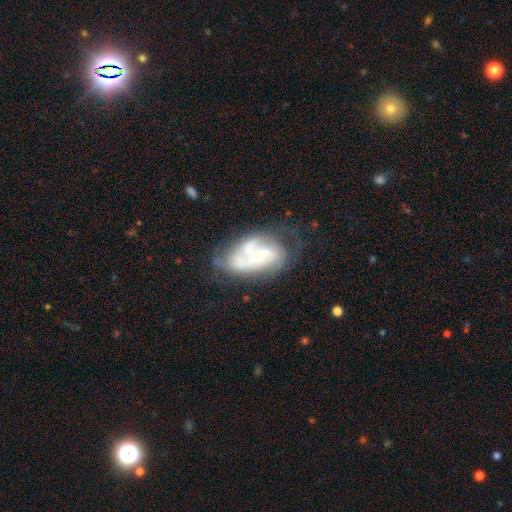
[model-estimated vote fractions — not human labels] The model was most divided on "spiral winding": medium: 42%, tight: 40%, loose: 19%. Remaining: edge-on disk — no (96%); spiral arms — yes (82%); smooth or featured — featured or disk (75%); bulge size — small (51%); bar — no (50%); merging — none (45%); spiral arm count — 2 (40%).